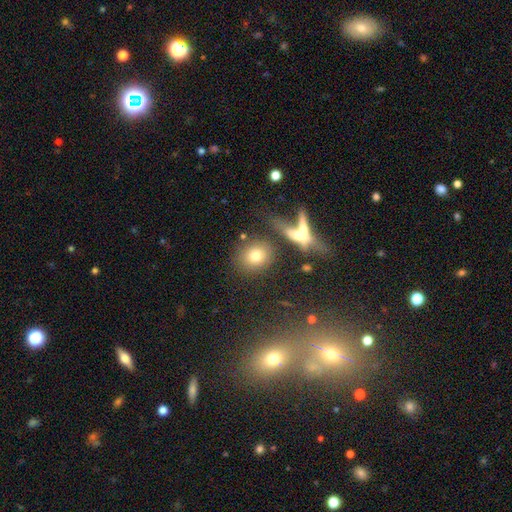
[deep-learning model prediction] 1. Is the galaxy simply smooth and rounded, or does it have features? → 72% smooth, 15% featured or disk, 12% star or artifact.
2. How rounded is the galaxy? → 68% round, 29% in between, 3% cigar-shaped.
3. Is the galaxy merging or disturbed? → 70% none, 14% merger, 10% minor disturbance, 6% major disturbance.